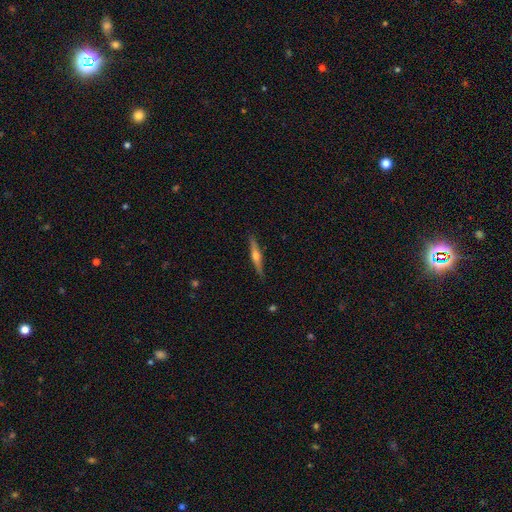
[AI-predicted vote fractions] smooth_or_featured: featured or disk (p=0.68) [alt: smooth p=0.26]
disk_edge_on: yes (p=0.98) [alt: no p=0.02]
edge_on_bulge: rounded (p=0.93) [alt: boxy p=0.04]
merging: none (p=0.90) [alt: minor disturbance p=0.07]